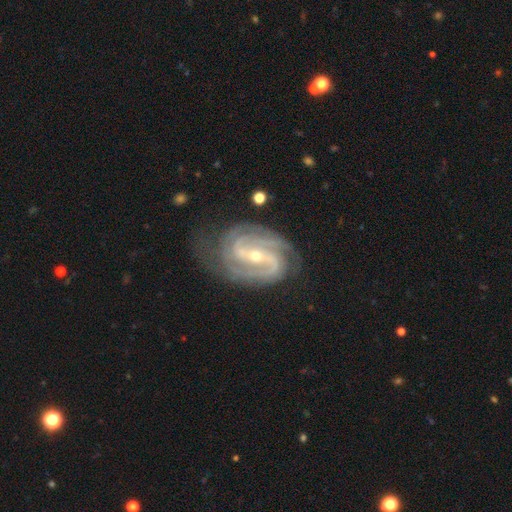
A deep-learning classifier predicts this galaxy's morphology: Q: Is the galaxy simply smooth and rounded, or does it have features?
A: featured or disk — 93%.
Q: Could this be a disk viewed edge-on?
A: no — 97%.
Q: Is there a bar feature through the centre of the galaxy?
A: strong — 53%.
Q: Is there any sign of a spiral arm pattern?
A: yes — 99%.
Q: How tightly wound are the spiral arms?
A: tight — 54%.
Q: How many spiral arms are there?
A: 2 — 49%.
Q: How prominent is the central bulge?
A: small — 59%.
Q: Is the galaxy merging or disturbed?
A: none — 72%.